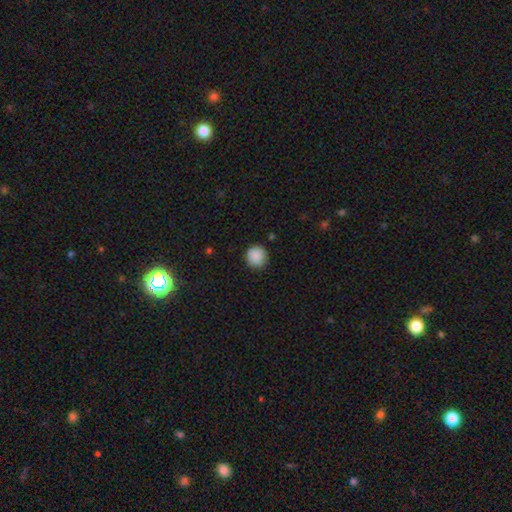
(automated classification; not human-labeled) smooth-or-featured: smooth: 89% | star or artifact: 8% | featured or disk: 3%
  how-rounded: round: 93% | in between: 6% | cigar-shaped: 1%
  merging: none: 88% | minor disturbance: 9% | major disturbance: 2% | merger: 1%